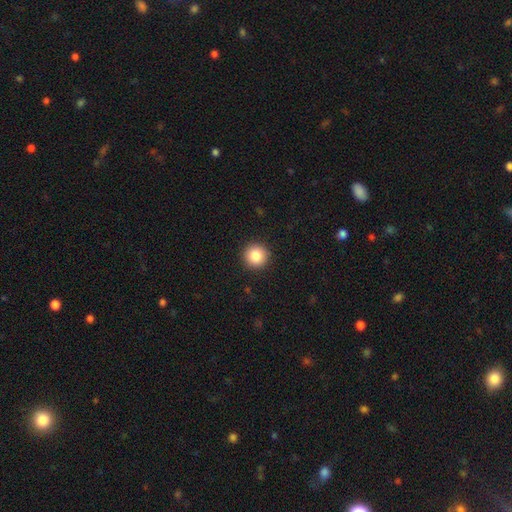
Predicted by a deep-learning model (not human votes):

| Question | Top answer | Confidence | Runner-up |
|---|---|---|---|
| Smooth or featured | smooth | 85% | star or artifact (9%) |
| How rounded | round | 96% | in between (3%) |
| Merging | none | 93% | minor disturbance (5%) |